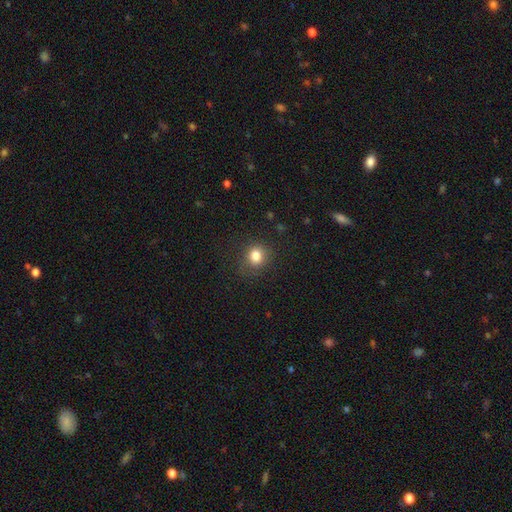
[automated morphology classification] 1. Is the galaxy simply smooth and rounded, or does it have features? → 82% smooth, 12% star or artifact, 6% featured or disk.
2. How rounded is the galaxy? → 78% round, 21% in between, 1% cigar-shaped.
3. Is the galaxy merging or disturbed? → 80% none, 13% minor disturbance, 5% major disturbance, 1% merger.